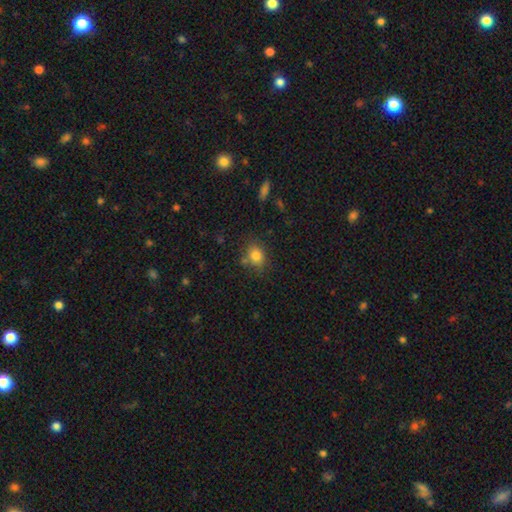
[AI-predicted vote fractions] Smooth or featured: smooth — 81% (star or artifact — 11%)
How rounded: round — 55% (in between — 44%)
Merging: none — 71% (minor disturbance — 16%)